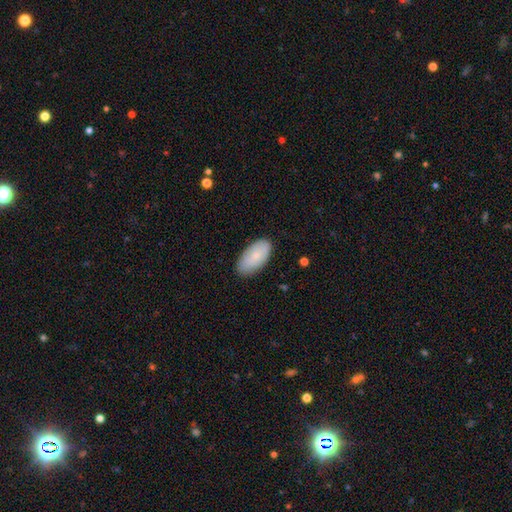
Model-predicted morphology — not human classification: This is likely a smooth galaxy (78%). How rounded: clearly in between (95%). Merging: clearly none (81%).